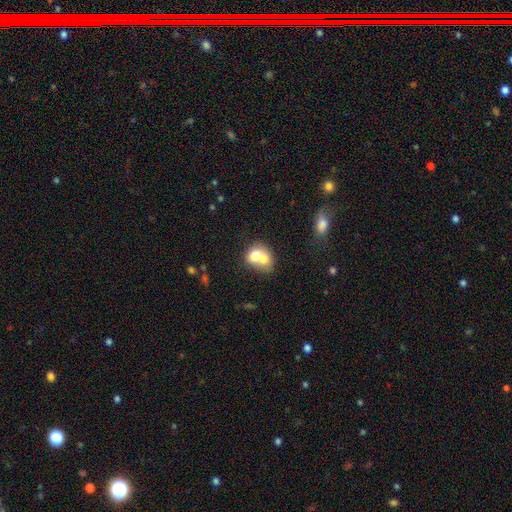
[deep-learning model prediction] Morphology: type=smooth (67%); roundness=round (52%); merging=merger (70%).